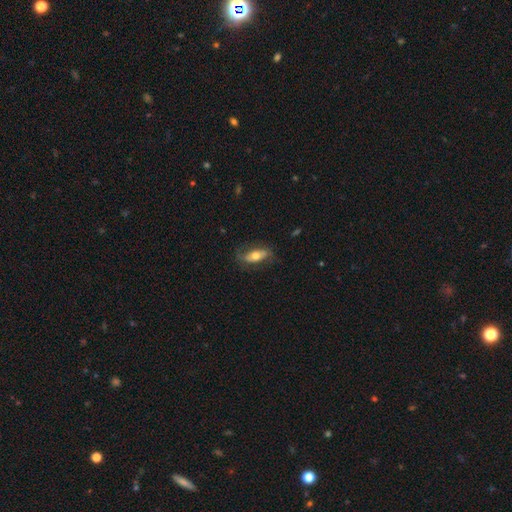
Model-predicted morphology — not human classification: The model was most divided on "smooth or featured": smooth: 50%, featured or disk: 43%, star or artifact: 7%. More confident: merging — none (68%).